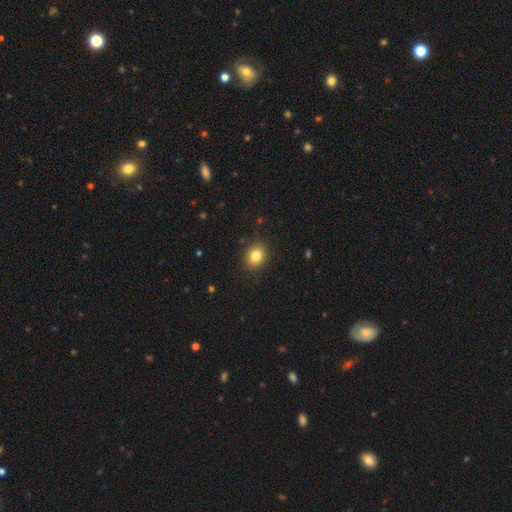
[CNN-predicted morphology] smooth-or-featured: smooth: 82% | star or artifact: 11% | featured or disk: 7%
  how-rounded: round: 62% | in between: 38% | cigar-shaped: 1%
  merging: none: 88% | minor disturbance: 9% | major disturbance: 2% | merger: 1%